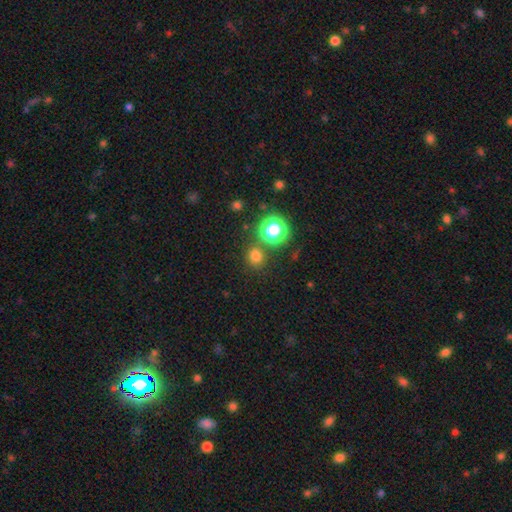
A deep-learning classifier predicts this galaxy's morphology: smooth-or-featured: smooth: 71% | star or artifact: 24% | featured or disk: 5%
  how-rounded: round: 83% | in between: 16% | cigar-shaped: 1%
  merging: none: 80% | minor disturbance: 9% | merger: 8% | major disturbance: 3%